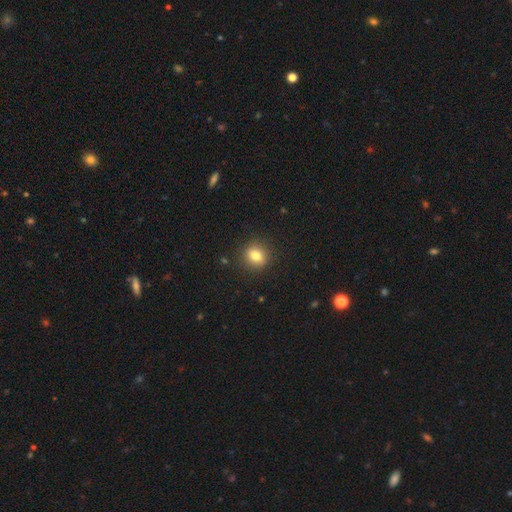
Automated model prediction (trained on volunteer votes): The model was most divided on "how rounded": round: 69%, in between: 30%, cigar-shaped: 1%. More confident: merging — none (89%); smooth or featured — smooth (81%).